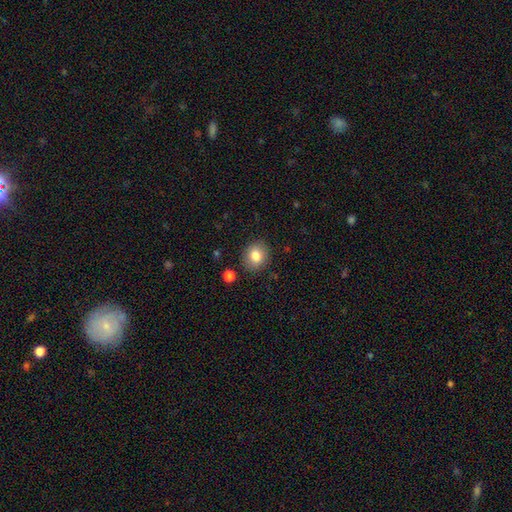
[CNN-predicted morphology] Overall: smooth (82%). How rounded: round (68%; in between 31%). Merging: none (87%).